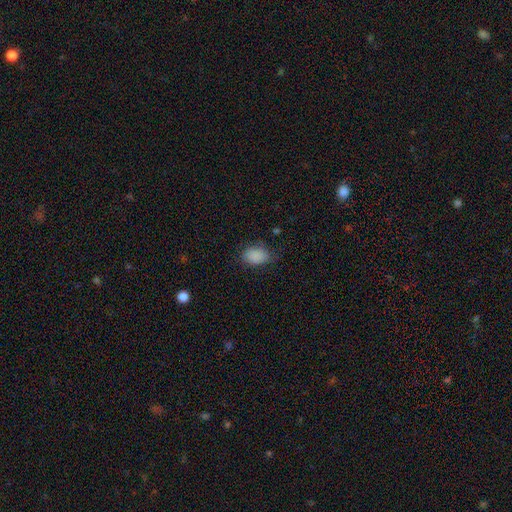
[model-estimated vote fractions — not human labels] smooth_or_featured: smooth (p=0.86) [alt: star or artifact p=0.08]
how_rounded: in between (p=0.82) [alt: round p=0.16]
merging: none (p=0.67) [alt: minor disturbance p=0.25]